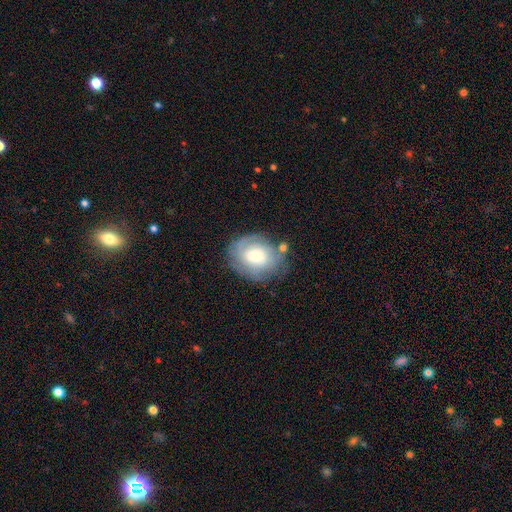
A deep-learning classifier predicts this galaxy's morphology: Smooth or featured: featured or disk — 54% (smooth — 38%)
Edge-on disk: no — 96% (yes — 4%)
Bar: no — 73% (weak — 23%)
Spiral arms: yes — 74% (no — 26%)
Bulge size: moderate — 47% (small — 29%)
Merging: none — 64% (minor disturbance — 21%)